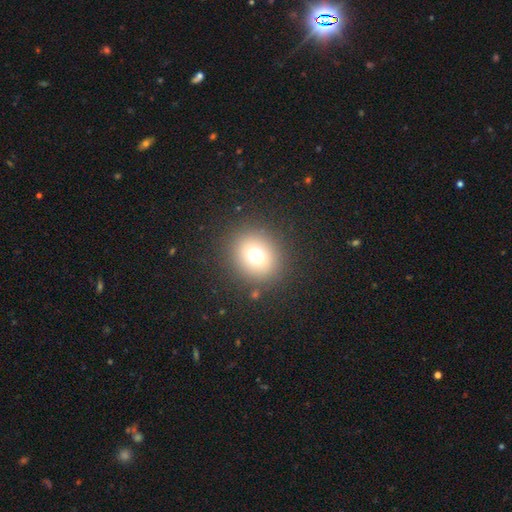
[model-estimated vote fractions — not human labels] Overall: smooth (69%). How rounded: round (83%). Merging: none (87%).